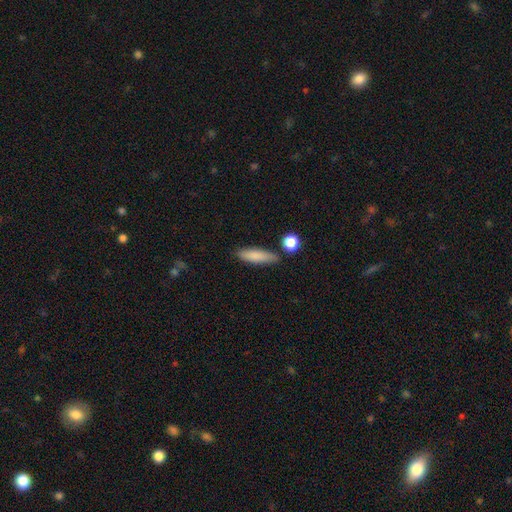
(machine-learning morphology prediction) A smooth galaxy with no disk features (83%) that is cigar-shaped (61%). Merging: none (77%).